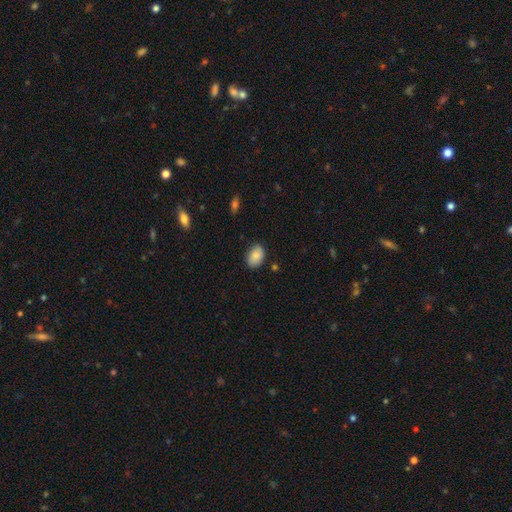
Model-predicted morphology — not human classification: The model was most divided on "merging": none: 81%, minor disturbance: 15%, major disturbance: 3%, merger: 2%. More confident: how rounded — in between (86%); smooth or featured — smooth (85%).